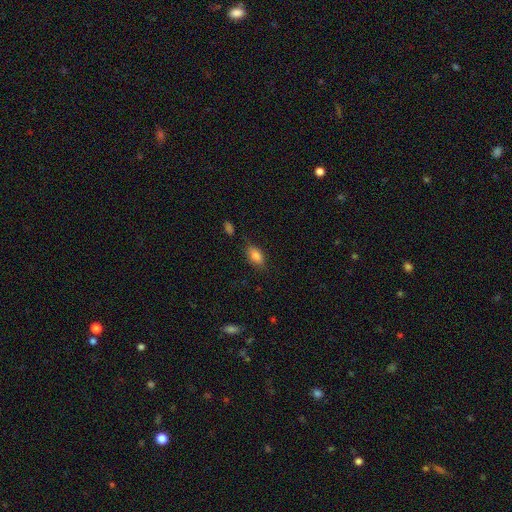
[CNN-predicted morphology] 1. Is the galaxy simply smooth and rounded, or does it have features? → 83% smooth, 9% star or artifact, 8% featured or disk.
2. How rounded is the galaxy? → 89% in between, 6% round, 5% cigar-shaped.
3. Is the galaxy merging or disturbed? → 75% none, 18% minor disturbance, 5% major disturbance, 3% merger.